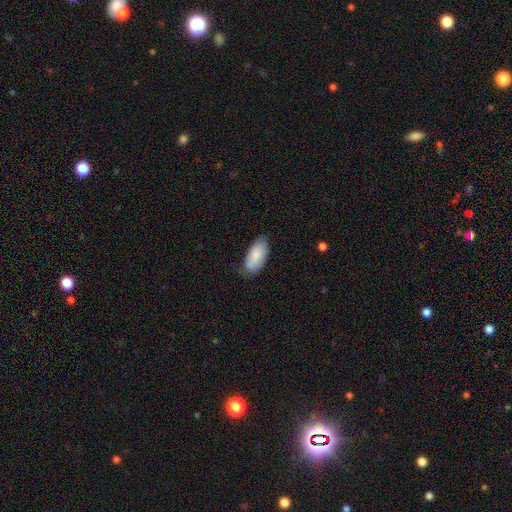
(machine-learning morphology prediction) smooth-or-featured: smooth: 85% | featured or disk: 9% | star or artifact: 6%
  how-rounded: in between: 91% | cigar-shaped: 7% | round: 2%
  merging: none: 68% | minor disturbance: 26% | major disturbance: 4% | merger: 2%